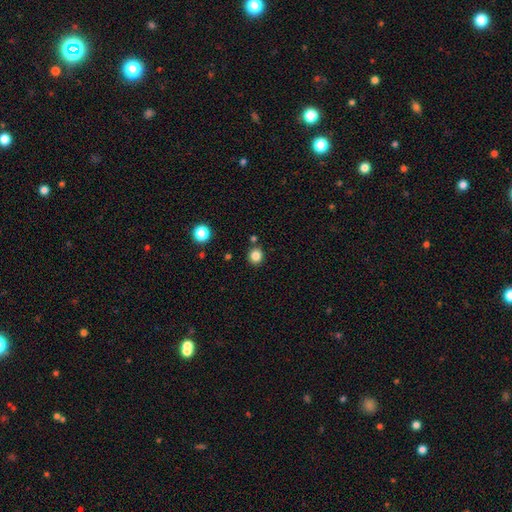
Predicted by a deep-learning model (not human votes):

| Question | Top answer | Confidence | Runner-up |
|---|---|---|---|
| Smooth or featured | smooth | 84% | star or artifact (12%) |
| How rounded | round | 89% | in between (10%) |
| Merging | none | 86% | minor disturbance (7%) |